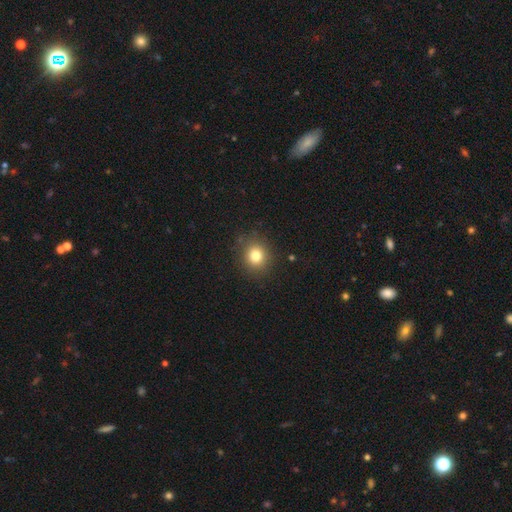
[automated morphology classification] Smooth or featured?
  - smooth: 80% *
  - star or artifact: 13%
  - featured or disk: 8%
How rounded?
  - round: 85% *
  - in between: 14%
  - cigar-shaped: 1%
Merging?
  - none: 88% *
  - minor disturbance: 8%
  - major disturbance: 3%
  - merger: 1%